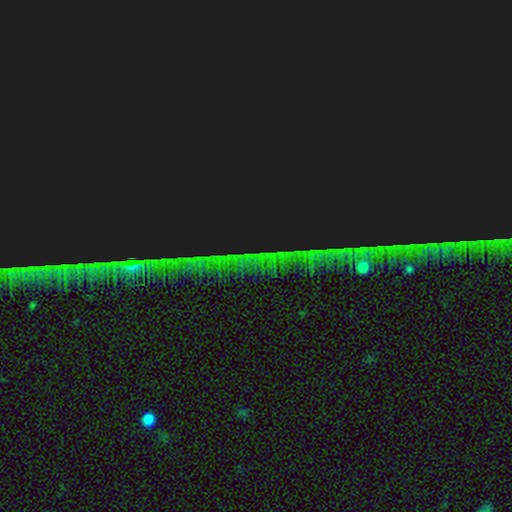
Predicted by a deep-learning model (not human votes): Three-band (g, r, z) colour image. It shows a star or artifact, not a galaxy (85%).